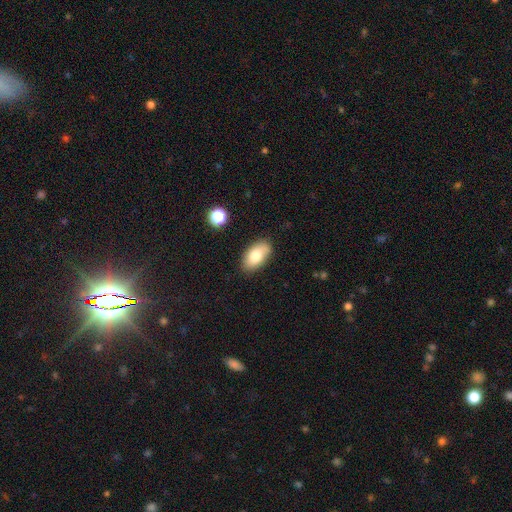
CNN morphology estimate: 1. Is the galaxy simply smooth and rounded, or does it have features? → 79% smooth, 13% featured or disk, 8% star or artifact.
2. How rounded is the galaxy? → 93% in between, 4% round, 2% cigar-shaped.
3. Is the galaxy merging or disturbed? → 82% none, 13% minor disturbance, 3% major disturbance, 2% merger.